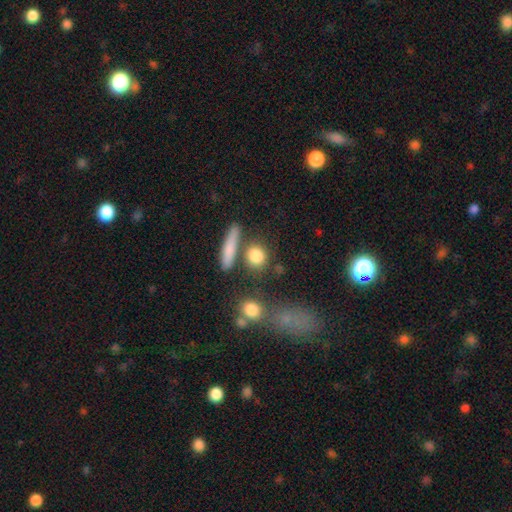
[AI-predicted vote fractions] Overall: smooth (81%). How rounded: round (69%). Merging: none (72%).